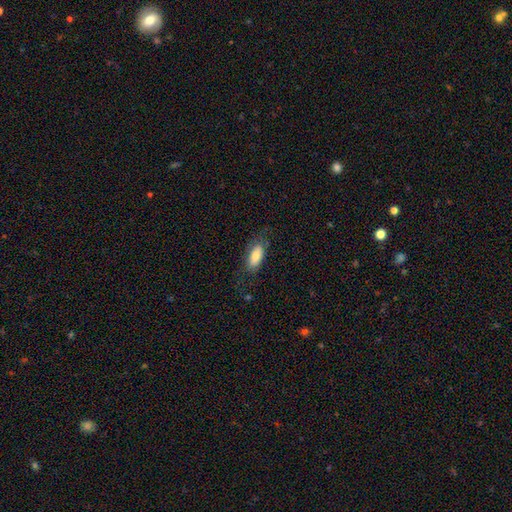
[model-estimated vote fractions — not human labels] smooth 80%, featured or disk 14%, star or artifact 6%. Down the decision tree: how rounded — in between (81%); merging — none (71%).